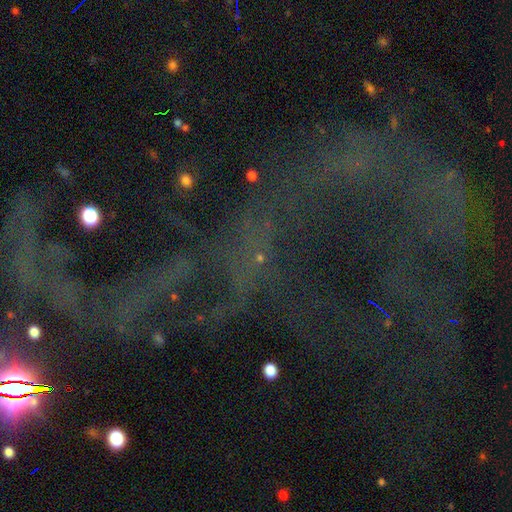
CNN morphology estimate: This is likely a star or artifact rather than a galaxy (65%).